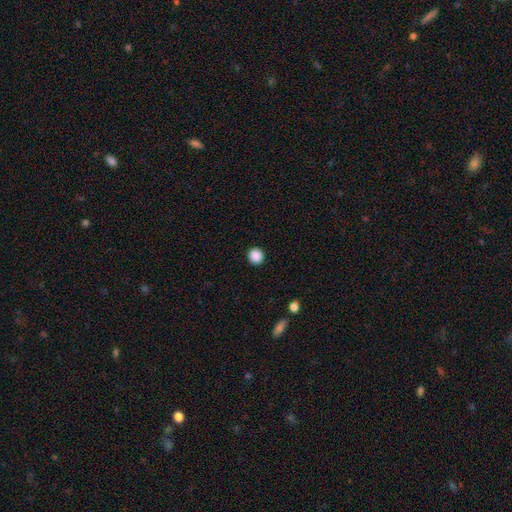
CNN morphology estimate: A smooth galaxy with no disk features (88%) that is round (92%). Merging: none (93%).